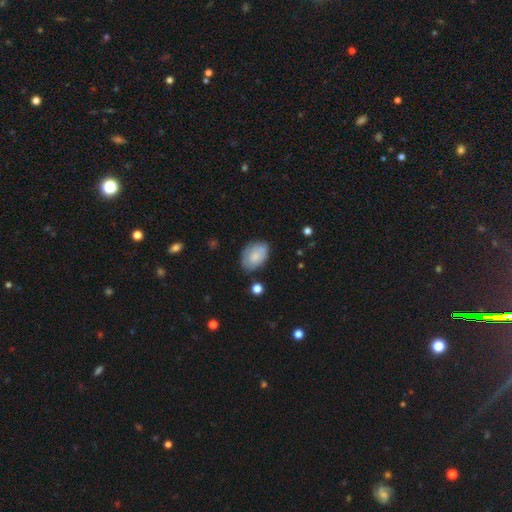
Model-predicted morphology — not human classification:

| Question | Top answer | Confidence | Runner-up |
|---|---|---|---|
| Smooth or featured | smooth | 66% | featured or disk (27%) |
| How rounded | in between | 86% | round (13%) |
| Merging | none | 69% | minor disturbance (23%) |